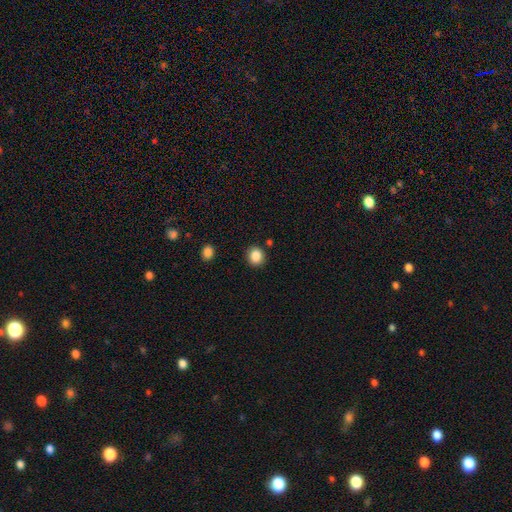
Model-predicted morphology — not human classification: This appears to be a smooth galaxy with no disk features (86%) that is round (77%). Merging: none (88%).